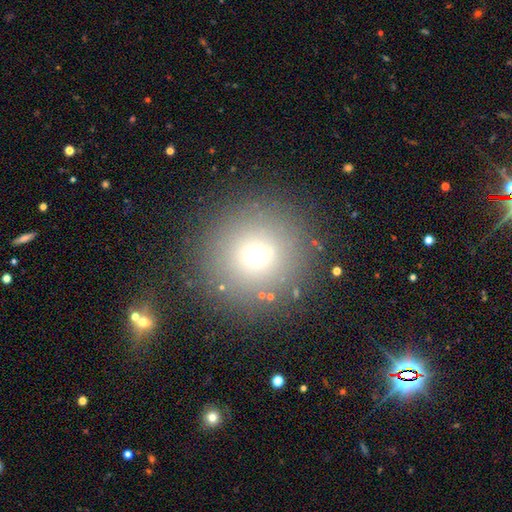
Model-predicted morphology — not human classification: type=smooth (67%); roundness=round (95%); merging=none (84%).